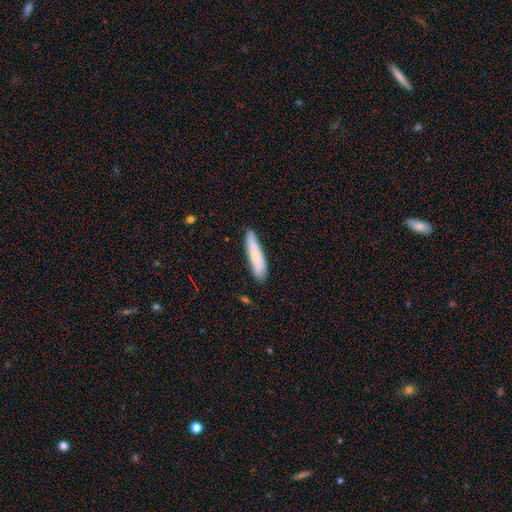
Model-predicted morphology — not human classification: Smooth or featured?
  - smooth: 72% *
  - featured or disk: 22%
  - star or artifact: 6%
How rounded?
  - cigar-shaped: 86% *
  - in between: 13%
  - round: 1%
Merging?
  - none: 80% *
  - minor disturbance: 16%
  - major disturbance: 3%
  - merger: 2%